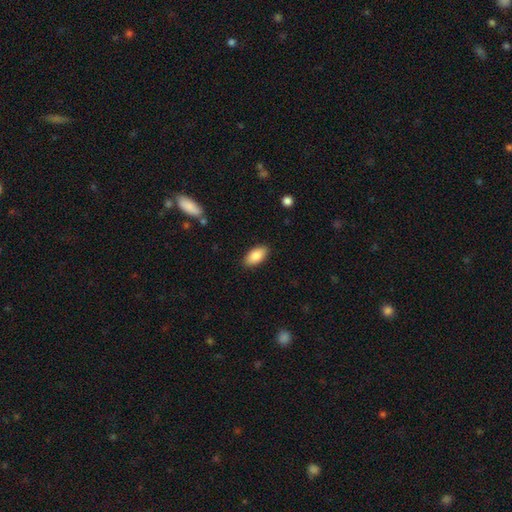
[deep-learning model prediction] This appears to be a smooth galaxy with no disk features (87%) that is in between round and cigar-shaped (93%). Merging: none (88%).